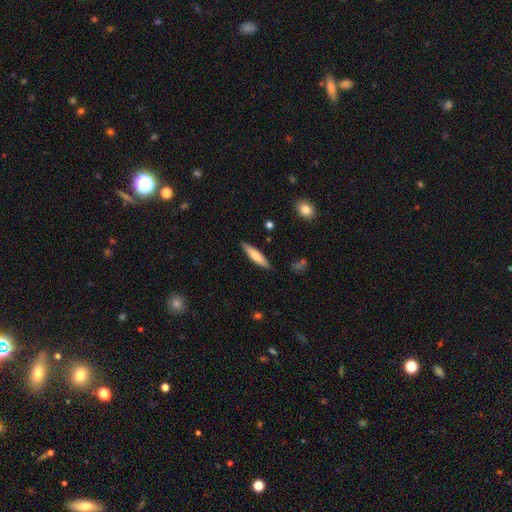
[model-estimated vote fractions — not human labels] This is likely a smooth galaxy (63%). How rounded: clearly cigar-shaped (80%). Merging: clearly none (86%).